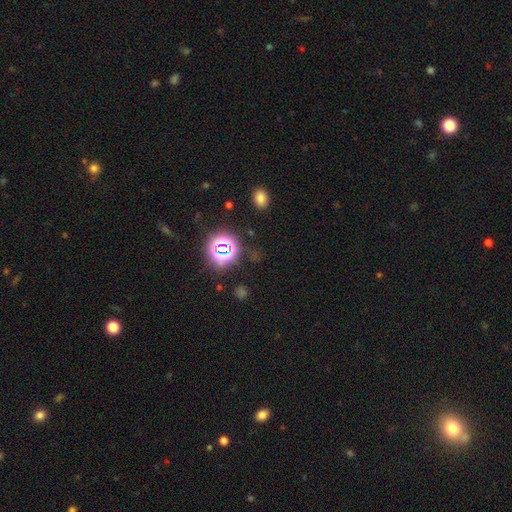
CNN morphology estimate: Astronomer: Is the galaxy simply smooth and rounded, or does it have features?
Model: star or artifact — 73%.